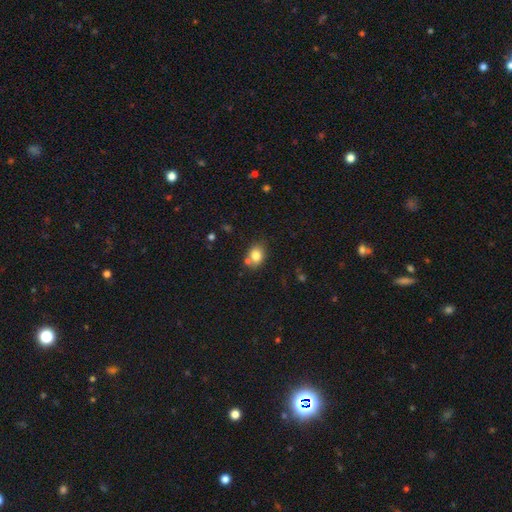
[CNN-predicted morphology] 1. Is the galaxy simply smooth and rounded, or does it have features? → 80% smooth, 10% featured or disk, 10% star or artifact.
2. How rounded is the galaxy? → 54% in between, 45% round, 1% cigar-shaped.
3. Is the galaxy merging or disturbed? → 62% none, 19% merger, 15% minor disturbance, 4% major disturbance.